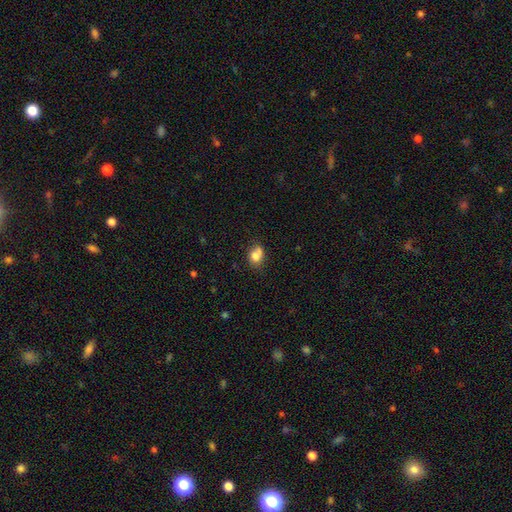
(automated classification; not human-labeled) A smooth galaxy with no disk features (77%) that is round (52%). Merging: none (46%).